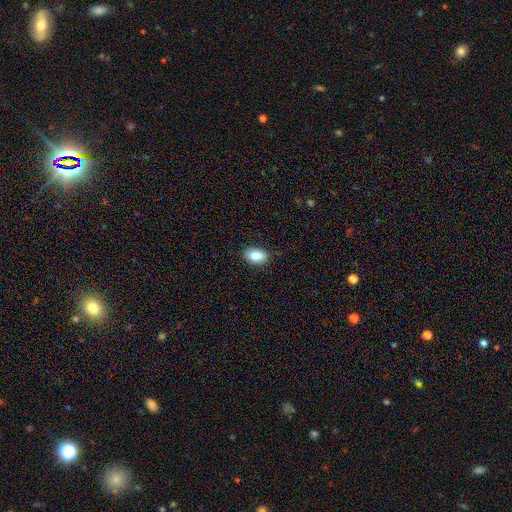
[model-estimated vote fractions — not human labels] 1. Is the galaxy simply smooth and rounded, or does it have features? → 87% smooth, 7% star or artifact, 6% featured or disk.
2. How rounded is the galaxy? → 91% in between, 7% round, 2% cigar-shaped.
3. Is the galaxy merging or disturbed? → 88% none, 9% minor disturbance, 2% major disturbance, 1% merger.